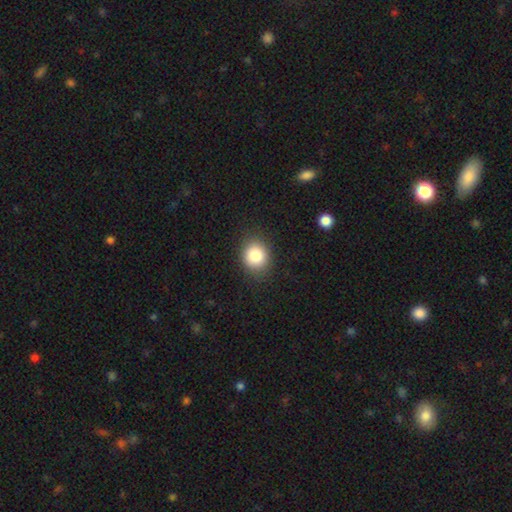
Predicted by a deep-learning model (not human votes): smooth 83%, star or artifact 10%, featured or disk 7%. Down the decision tree: how rounded — round (69%); merging — none (87%).